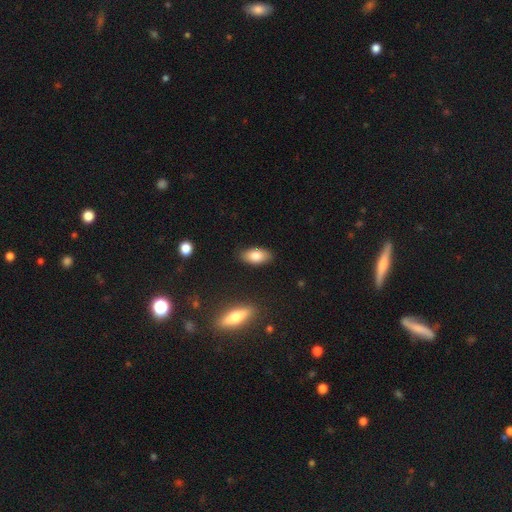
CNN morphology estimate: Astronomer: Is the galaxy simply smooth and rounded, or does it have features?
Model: smooth — 83%.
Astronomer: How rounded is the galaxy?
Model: in between — 90%.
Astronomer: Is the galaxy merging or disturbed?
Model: none — 87%.